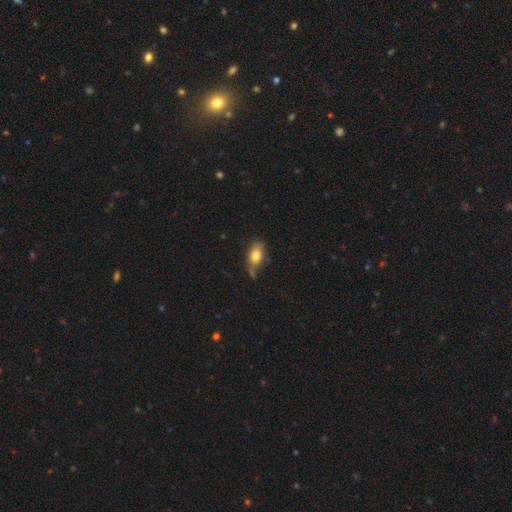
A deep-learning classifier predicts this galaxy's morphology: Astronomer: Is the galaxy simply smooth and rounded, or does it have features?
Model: smooth — 75%.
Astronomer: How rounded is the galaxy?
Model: in between — 86%.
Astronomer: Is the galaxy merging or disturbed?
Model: none — 52% (runner-up: minor disturbance, 28%).